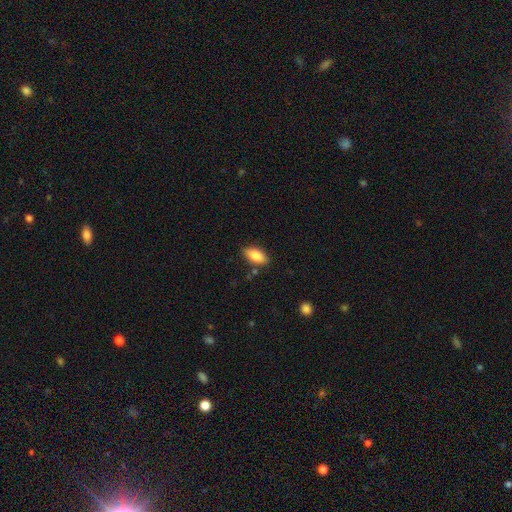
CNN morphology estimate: Overall: smooth (86%). How rounded: in between (89%). Merging: none (82%).